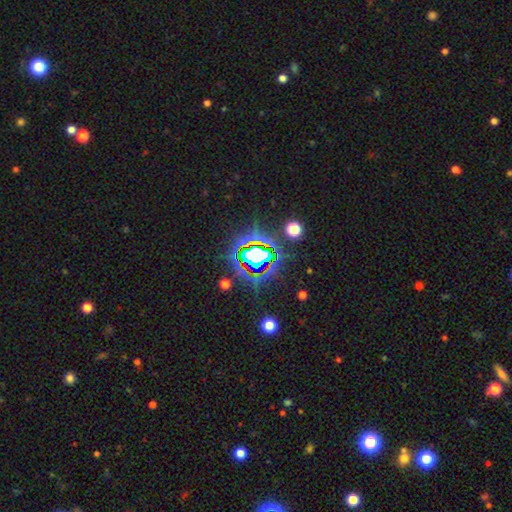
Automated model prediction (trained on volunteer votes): A star or artifact, not a galaxy (71%).

Vote fractions:
- Smooth or featured? star or artifact: 71% / smooth: 15% / featured or disk: 13%